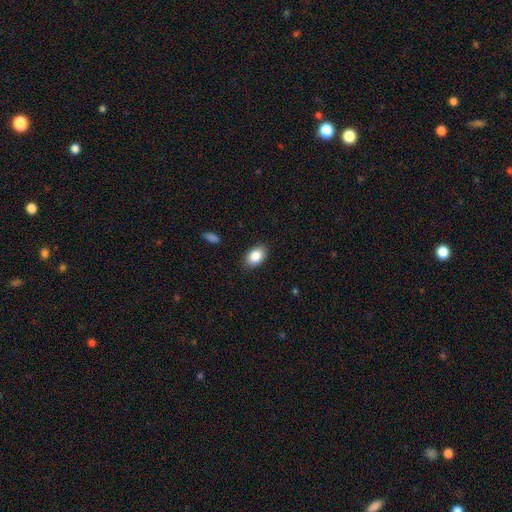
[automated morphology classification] This is clearly a smooth galaxy (87%). How rounded: clearly in between (86%). Merging: clearly none (86%).